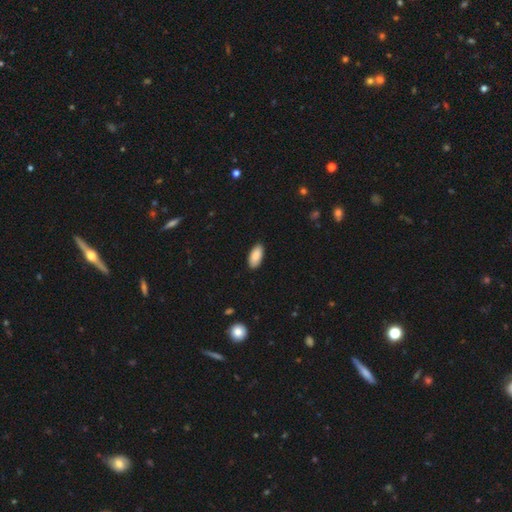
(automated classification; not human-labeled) This appears to be a smooth galaxy with no disk features (89%) that is in between round and cigar-shaped (91%). Merging: none (88%).